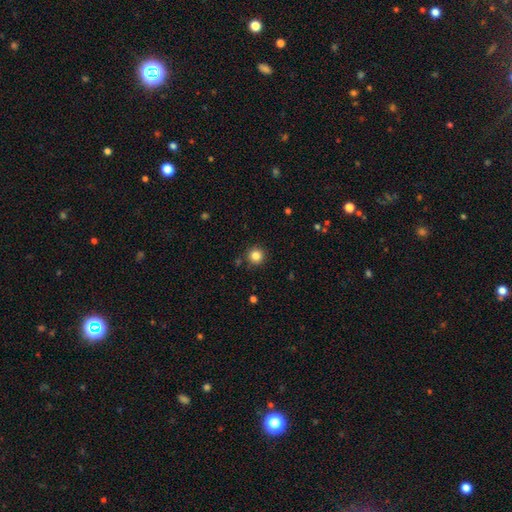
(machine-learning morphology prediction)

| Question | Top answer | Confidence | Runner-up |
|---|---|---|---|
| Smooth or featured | smooth | 84% | star or artifact (12%) |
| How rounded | round | 95% | in between (4%) |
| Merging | none | 89% | minor disturbance (6%) |